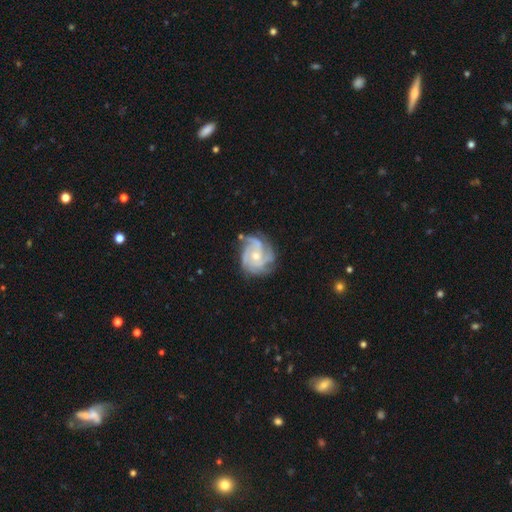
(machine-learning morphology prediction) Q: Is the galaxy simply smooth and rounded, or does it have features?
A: featured or disk — 89%.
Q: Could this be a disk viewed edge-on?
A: no — 98%.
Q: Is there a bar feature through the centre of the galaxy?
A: no — 72%.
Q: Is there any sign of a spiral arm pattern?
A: yes — 98%.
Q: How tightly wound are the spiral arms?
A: tight — 62%.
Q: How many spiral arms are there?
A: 3 — 34%.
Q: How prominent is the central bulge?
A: small — 48%, tied with moderate.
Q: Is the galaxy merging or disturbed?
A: none — 72%.